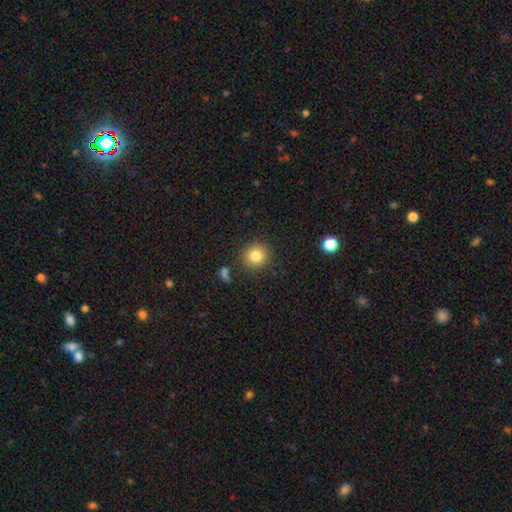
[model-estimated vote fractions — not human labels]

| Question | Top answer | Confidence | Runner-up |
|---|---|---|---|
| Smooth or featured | smooth | 82% | star or artifact (11%) |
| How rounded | round | 88% | in between (11%) |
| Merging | none | 87% | minor disturbance (8%) |